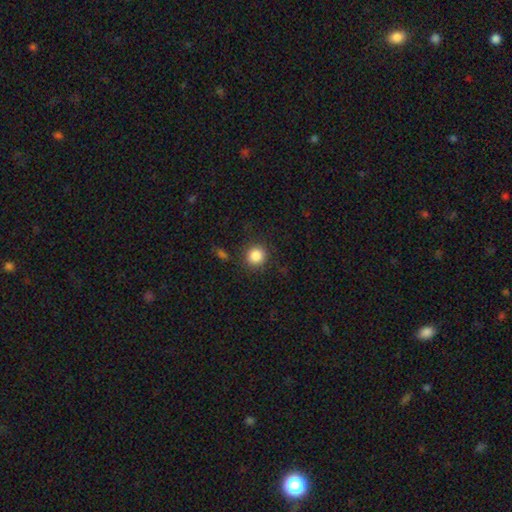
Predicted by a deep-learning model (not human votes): smooth 86%, star or artifact 10%, featured or disk 4%. Down the decision tree: how rounded — round (92%); merging — none (87%).